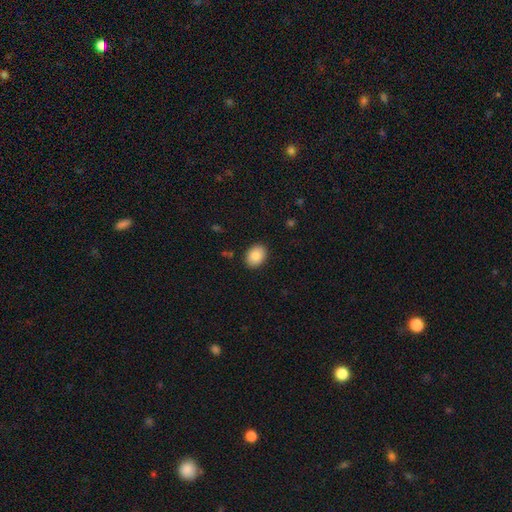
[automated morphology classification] The model was most divided on "how rounded": in between: 70%, round: 29%, cigar-shaped: 1%. More confident: merging — none (89%); smooth or featured — smooth (87%).